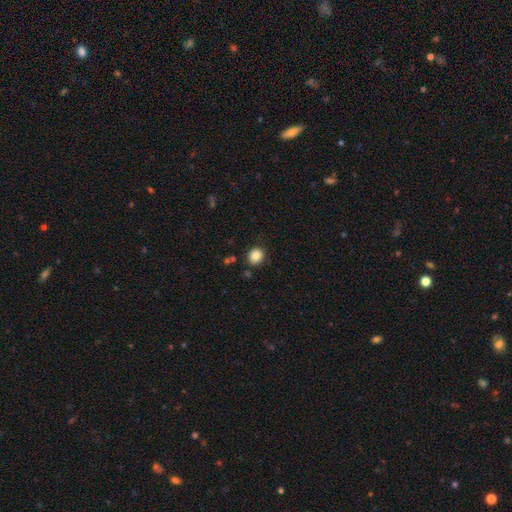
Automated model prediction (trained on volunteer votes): This appears to be a smooth galaxy with no disk features (86%) that is round (75%). Merging: none (87%).